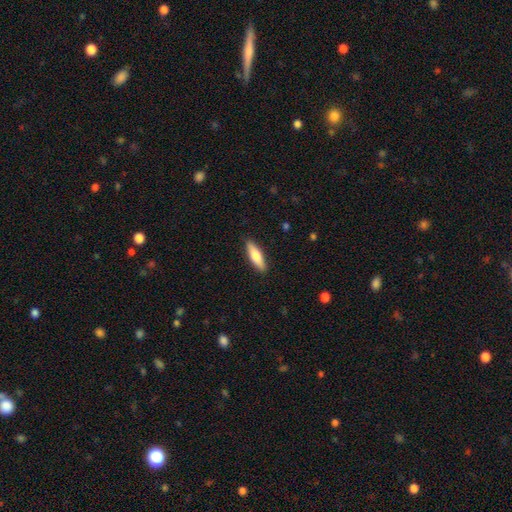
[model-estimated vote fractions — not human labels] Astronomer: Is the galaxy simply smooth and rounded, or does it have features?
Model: smooth — 70%.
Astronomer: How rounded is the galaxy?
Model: cigar-shaped — 61% (runner-up: in between, 38%).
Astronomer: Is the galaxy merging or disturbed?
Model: none — 89%.